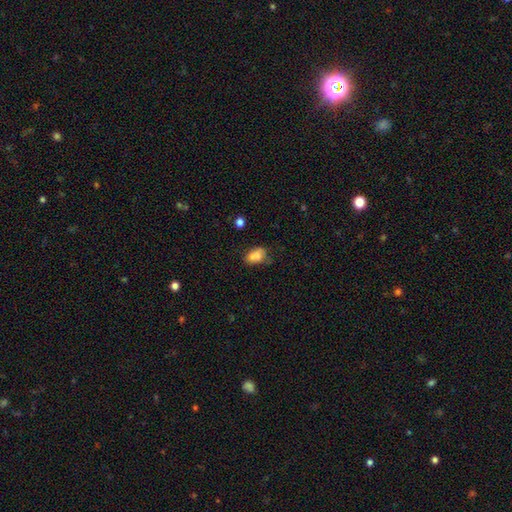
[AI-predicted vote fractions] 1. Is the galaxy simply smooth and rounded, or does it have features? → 72% smooth, 17% featured or disk, 11% star or artifact.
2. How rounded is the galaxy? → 80% in between, 18% round, 2% cigar-shaped.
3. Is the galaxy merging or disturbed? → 44% none, 24% merger, 23% minor disturbance, 9% major disturbance.